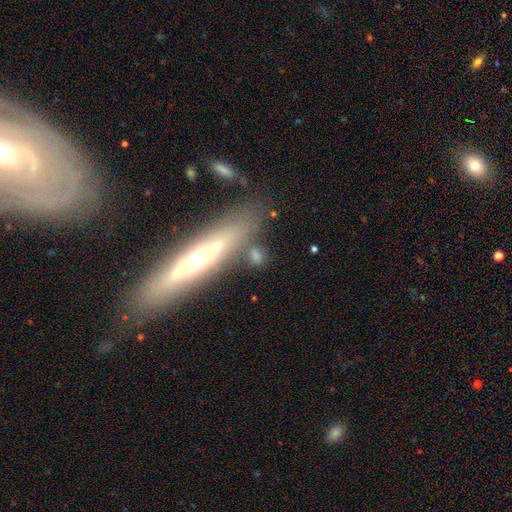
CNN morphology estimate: The model was most divided on "how rounded": in between: 58%, cigar-shaped: 23%, round: 19%. More confident: smooth or featured — smooth (61%); merging — none (61%).